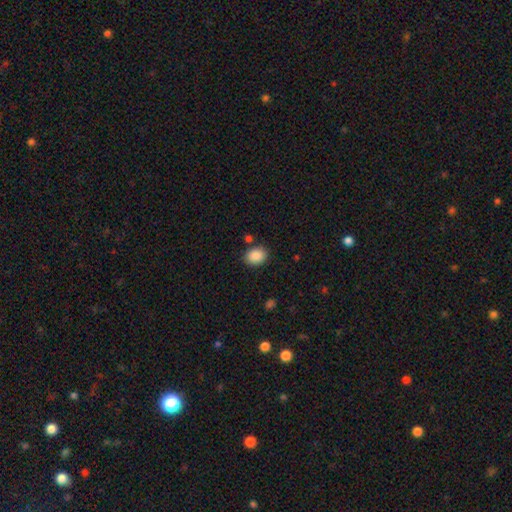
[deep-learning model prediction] Q: Smooth or featured?
A: smooth (89%); runner-up: star or artifact (8%)
Q: How rounded?
A: in between (64%); runner-up: round (35%)
Q: Merging?
A: none (83%); runner-up: minor disturbance (10%)